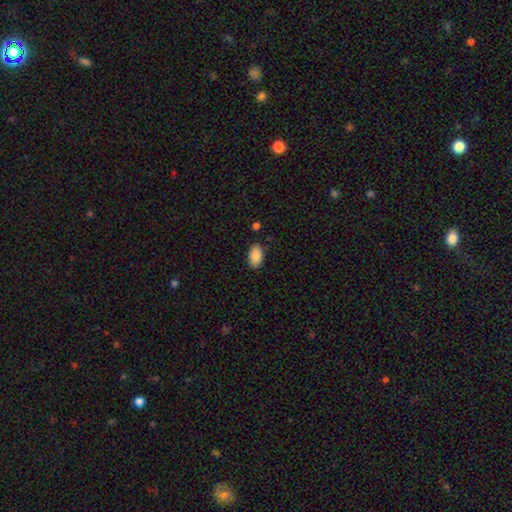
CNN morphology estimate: A smooth galaxy with no disk features (89%) that is in between round and cigar-shaped (93%).

Vote fractions:
- Smooth or featured? smooth: 89% / star or artifact: 7% / featured or disk: 5%
- How rounded? in between: 93% / round: 5% / cigar-shaped: 2%
- Merging? none: 85% / minor disturbance: 10% / major disturbance: 2% / merger: 2%